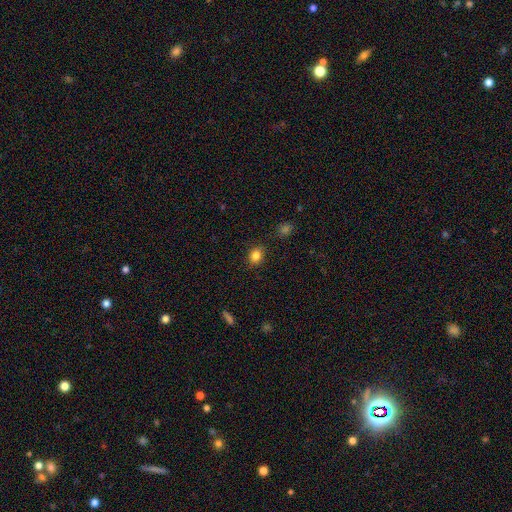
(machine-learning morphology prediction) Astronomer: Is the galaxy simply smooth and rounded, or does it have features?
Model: smooth — 84%.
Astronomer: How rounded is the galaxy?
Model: in between — 58% (runner-up: round, 41%).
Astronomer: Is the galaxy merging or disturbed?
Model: none — 85%.